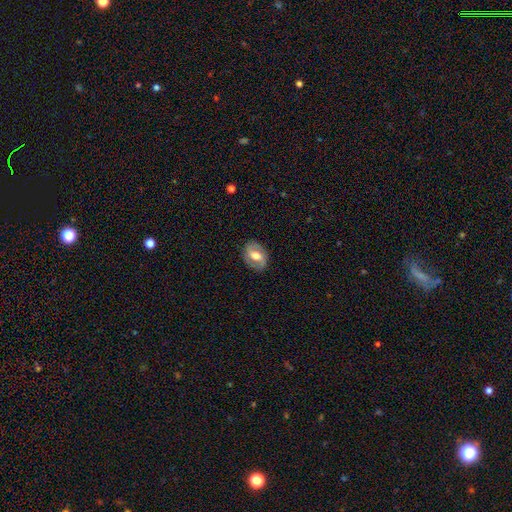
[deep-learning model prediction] Smooth or featured: featured or disk — 65% (smooth — 29%)
Edge-on disk: no — 95% (yes — 5%)
Bar: weak — 44% (no — 28%)
Spiral arms: yes — 75% (no — 25%)
Bulge size: moderate — 66% (large — 22%)
Merging: none — 83% (minor disturbance — 12%)